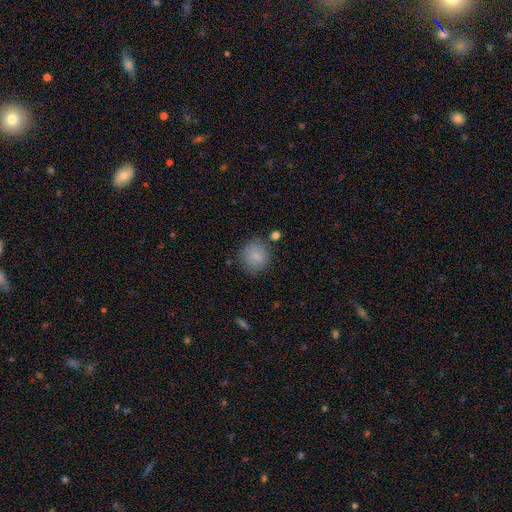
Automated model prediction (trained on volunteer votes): The model was most divided on "merging": none: 77%, minor disturbance: 14%, merger: 5%, major disturbance: 4%. More confident: how rounded — round (89%); smooth or featured — smooth (86%).